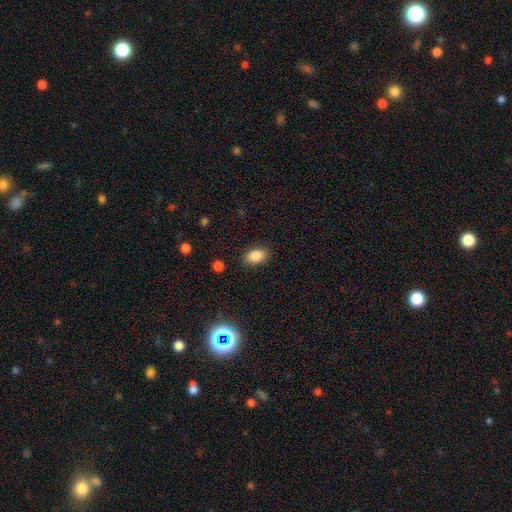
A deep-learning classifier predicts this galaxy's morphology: This is clearly a smooth galaxy (87%). How rounded: clearly in between (88%). Merging: clearly none (85%).